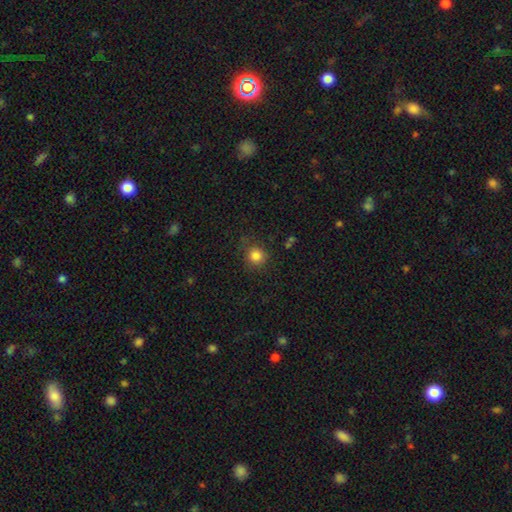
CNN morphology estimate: A smooth galaxy with no disk features (84%) that is round (91%).

Vote fractions:
- Smooth or featured? smooth: 84% / star or artifact: 11% / featured or disk: 5%
- How rounded? round: 91% / in between: 8% / cigar-shaped: 1%
- Merging? none: 81% / minor disturbance: 12% / major disturbance: 5% / merger: 2%